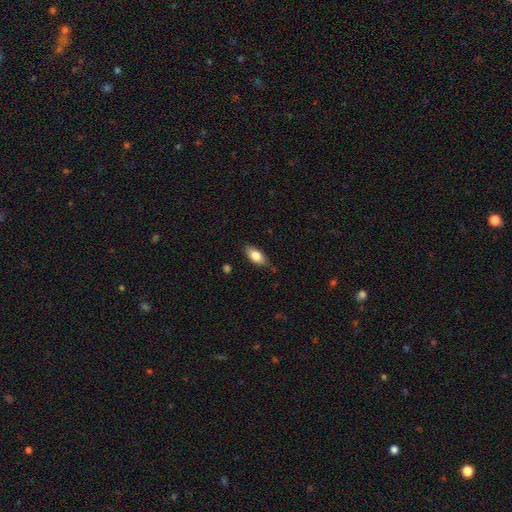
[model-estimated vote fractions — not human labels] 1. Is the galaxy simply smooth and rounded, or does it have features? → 78% smooth, 16% featured or disk, 7% star or artifact.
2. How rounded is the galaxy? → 85% in between, 11% cigar-shaped, 4% round.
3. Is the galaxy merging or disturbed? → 75% none, 20% minor disturbance, 4% major disturbance, 2% merger.